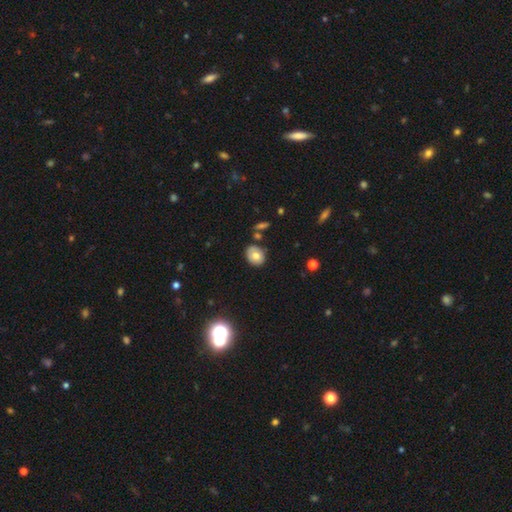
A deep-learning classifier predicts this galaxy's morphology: A smooth galaxy with no disk features (72%) that is round (56%). Merging: none (76%).